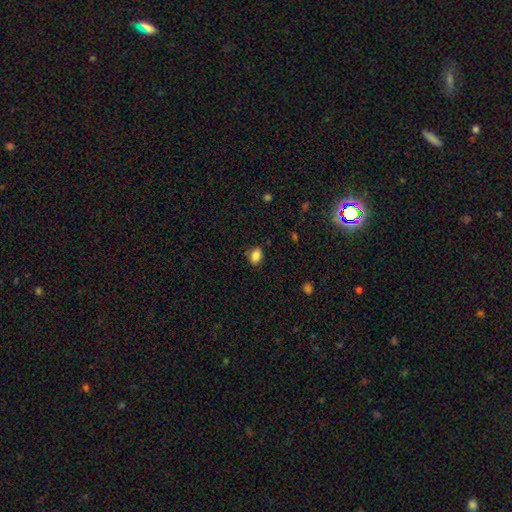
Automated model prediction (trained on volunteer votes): Q: Smooth or featured?
A: smooth (86%); runner-up: star or artifact (9%)
Q: How rounded?
A: in between (70%); runner-up: round (29%)
Q: Merging?
A: none (82%); runner-up: minor disturbance (14%)